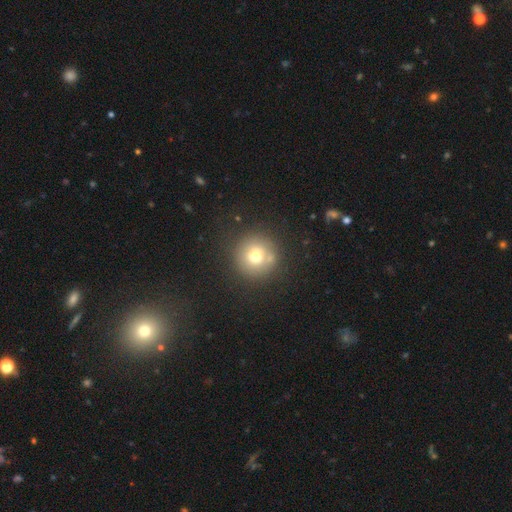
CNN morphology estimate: smooth 70%, featured or disk 15%, star or artifact 15%. Down the decision tree: how rounded — round (95%); merging — none (77%).